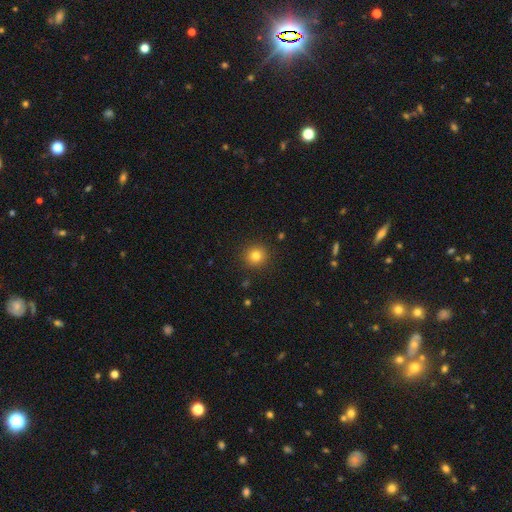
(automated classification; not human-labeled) Smooth or featured? smooth (81%)
How rounded? round (93%)
Merging? none (91%)